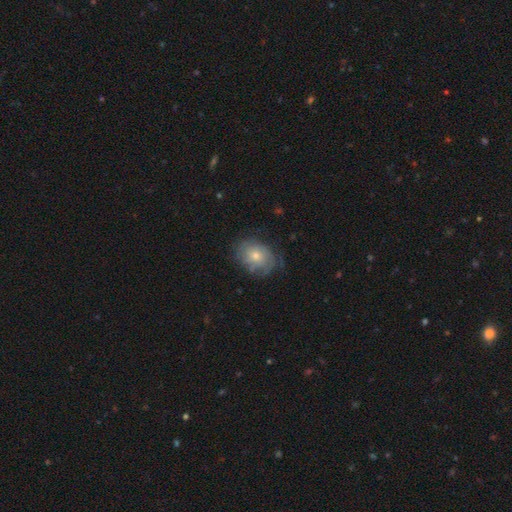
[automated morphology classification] Q: Smooth or featured?
A: smooth (47%); runner-up: featured or disk (45%)
Q: Merging?
A: none (64%); runner-up: minor disturbance (24%)